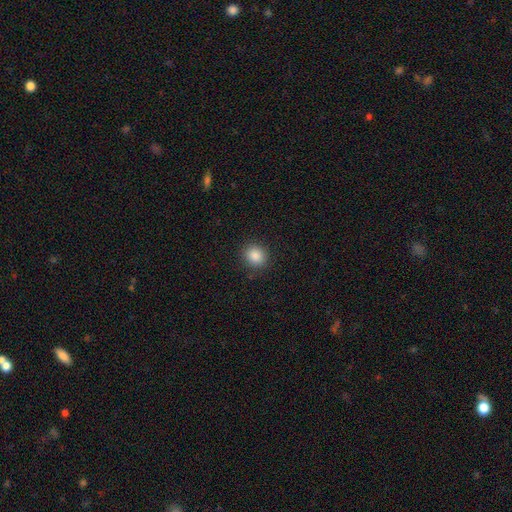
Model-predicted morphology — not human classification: Smooth or featured? smooth (87%)
How rounded? round (80%)
Merging? none (89%)